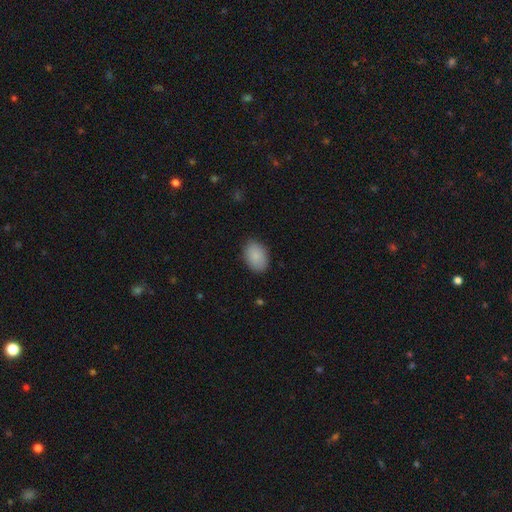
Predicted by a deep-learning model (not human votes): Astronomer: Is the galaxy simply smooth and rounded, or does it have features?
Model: smooth — 89%.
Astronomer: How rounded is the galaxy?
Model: in between — 86%.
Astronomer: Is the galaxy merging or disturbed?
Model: none — 86%.